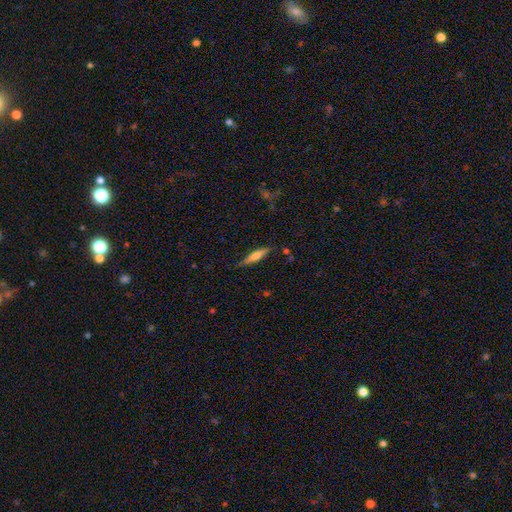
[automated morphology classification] smooth_or_featured: smooth (p=0.51) [alt: featured or disk p=0.43]
how_rounded: cigar-shaped (p=0.79) [alt: in between p=0.19]
merging: none (p=0.84) [alt: minor disturbance p=0.12]